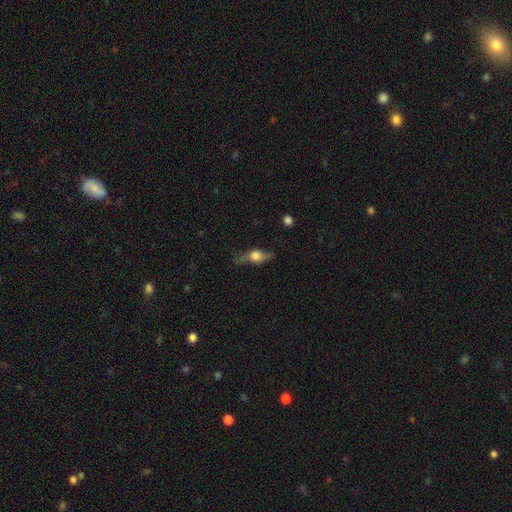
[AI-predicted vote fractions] Morphology: type=featured or disk (58%); edge-on=yes (90%); edge-on bulge=rounded (94%); merging=none (69%).